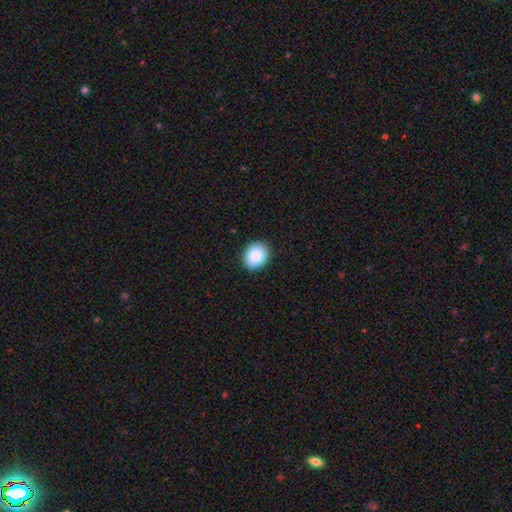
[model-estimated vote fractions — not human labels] Q: Smooth or featured?
A: smooth (86%); runner-up: star or artifact (8%)
Q: How rounded?
A: round (65%); runner-up: in between (35%)
Q: Merging?
A: none (89%); runner-up: minor disturbance (8%)